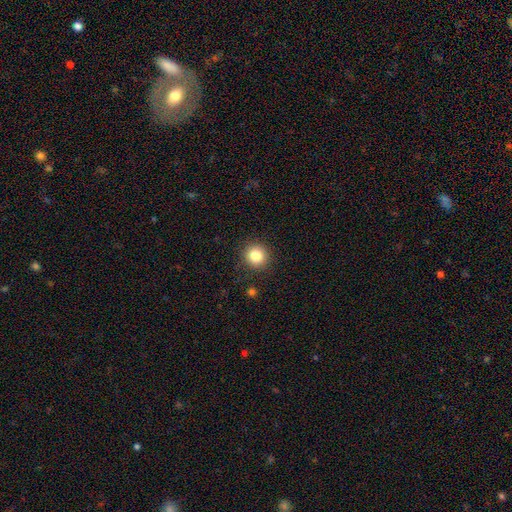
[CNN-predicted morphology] Smooth or featured: smooth — 83% (star or artifact — 11%)
How rounded: round — 93% (in between — 6%)
Merging: none — 90% (minor disturbance — 7%)